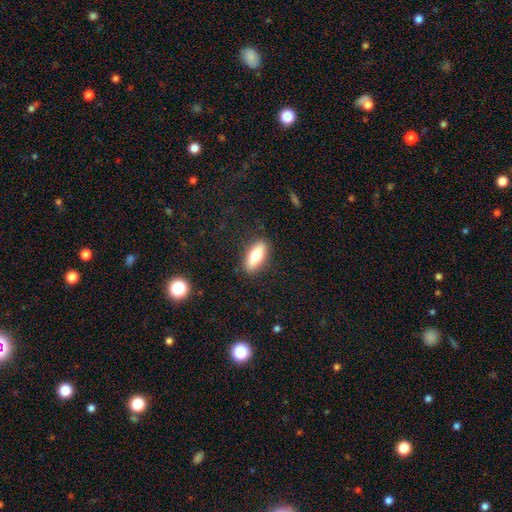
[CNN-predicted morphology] smooth_or_featured: smooth (p=0.71) [alt: featured or disk p=0.22]
how_rounded: in between (p=0.71) [alt: cigar-shaped p=0.25]
merging: none (p=0.87) [alt: minor disturbance p=0.09]